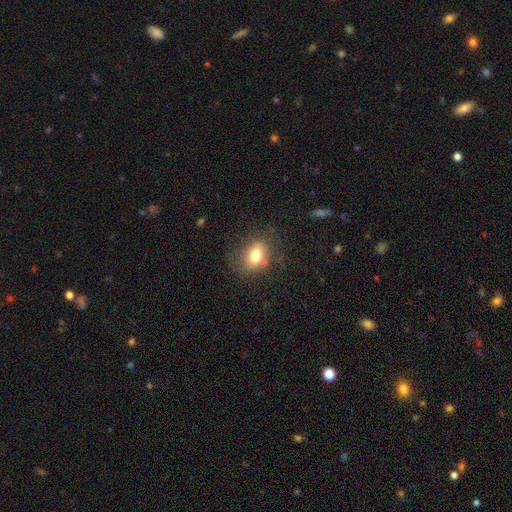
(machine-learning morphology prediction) smooth_or_featured: smooth (p=0.76) [alt: featured or disk p=0.14]
how_rounded: in between (p=0.68) [alt: round p=0.30]
merging: none (p=0.79) [alt: minor disturbance p=0.14]